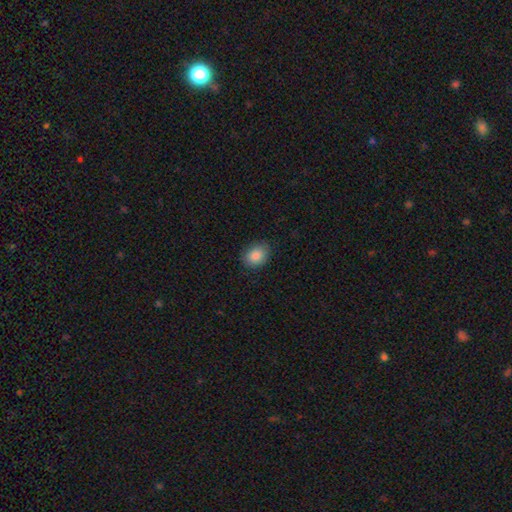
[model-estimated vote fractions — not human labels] Smooth or featured? smooth (87%)
How rounded? in between (57%)
Merging? none (86%)